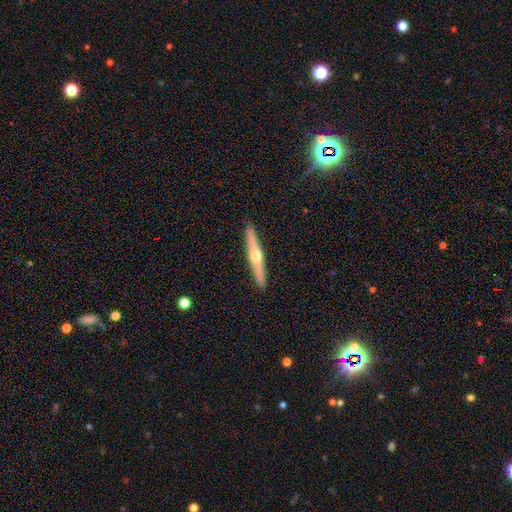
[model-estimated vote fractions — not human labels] featured or disk 70%, smooth 24%, star or artifact 6%. Down the decision tree: edge-on disk — yes (98%); edge-on bulge — rounded (93%); merging — none (92%).